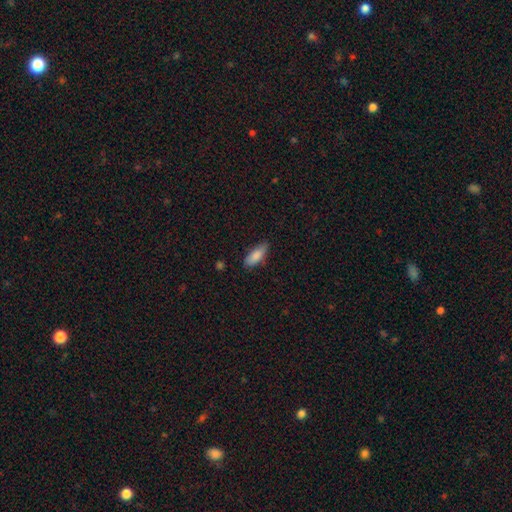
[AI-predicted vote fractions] A smooth galaxy with no disk features (85%) that is in between round and cigar-shaped (71%). Merging: none (77%).